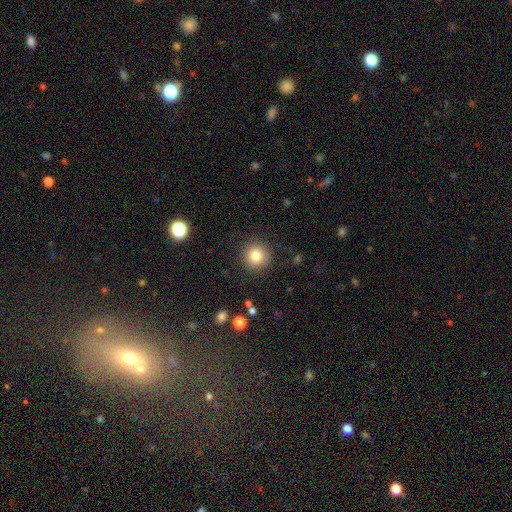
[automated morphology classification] type=smooth (81%); roundness=round (94%); merging=none (89%).